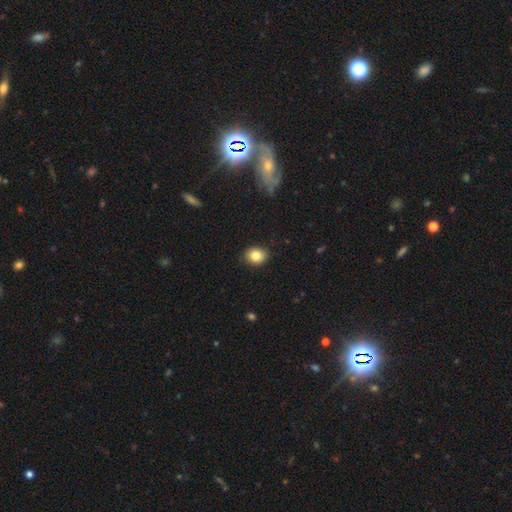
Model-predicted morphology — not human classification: smooth 83%, star or artifact 9%, featured or disk 7%. Down the decision tree: how rounded — round (55%); merging — none (88%).